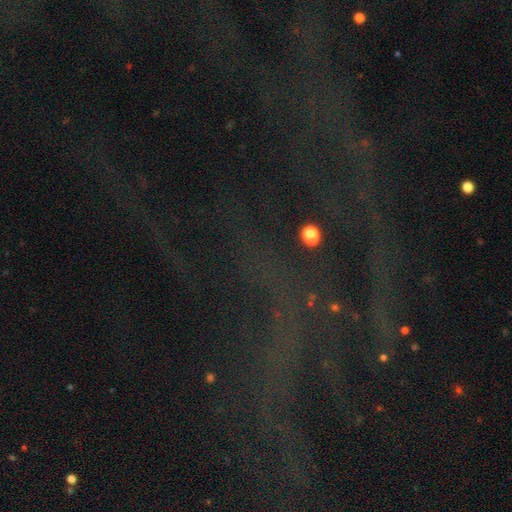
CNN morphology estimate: Overall: star or artifact (72%).